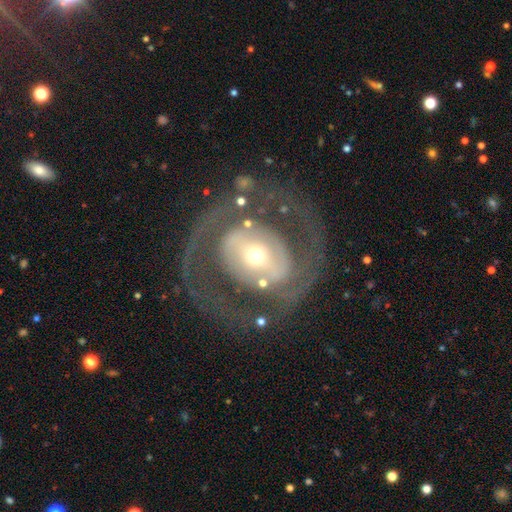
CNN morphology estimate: Smooth or featured?
  - featured or disk: 79% *
  - smooth: 15%
  - star or artifact: 6%
Edge-on disk?
  - no: 95% *
  - yes: 5%
Bar?
  - no: 38% *
  - weak: 31%
  - strong: 31%
Spiral arms?
  - yes: 67% *
  - no: 33%
Spiral winding?
  - medium: 42% *
  - tight: 39%
  - loose: 18%
Spiral arm count?
  - 2: 77% *
  - can't tell: 13%
  - 1: 4%
  - 3: 3%
  - 4: 1%
  - more than 4: 1%
Bulge size?
  - moderate: 53% *
  - small: 37%
  - large: 8%
  - dominant: 2%
  - none: 1%
Merging?
  - none: 71% *
  - major disturbance: 14%
  - minor disturbance: 13%
  - merger: 3%